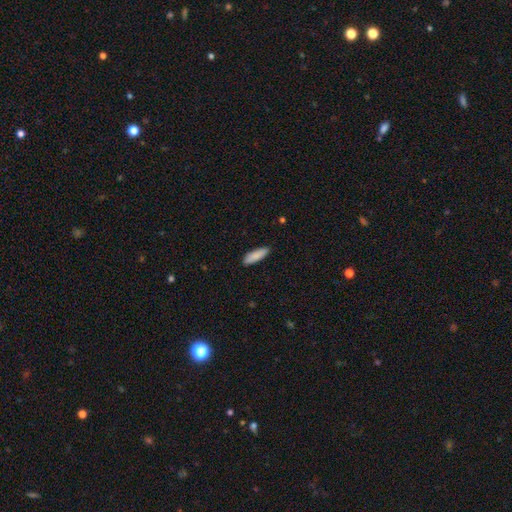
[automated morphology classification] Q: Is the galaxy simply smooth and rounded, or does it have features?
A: smooth — 89%.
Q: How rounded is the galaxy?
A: cigar-shaped — 58%.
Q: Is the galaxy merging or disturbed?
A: none — 90%.